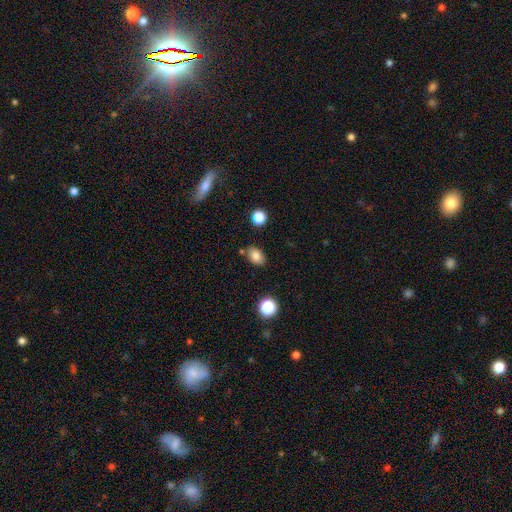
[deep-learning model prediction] smooth-or-featured: smooth: 82% | star or artifact: 10% | featured or disk: 7%
  how-rounded: in between: 82% | round: 16% | cigar-shaped: 1%
  merging: none: 79% | minor disturbance: 13% | merger: 5% | major disturbance: 3%